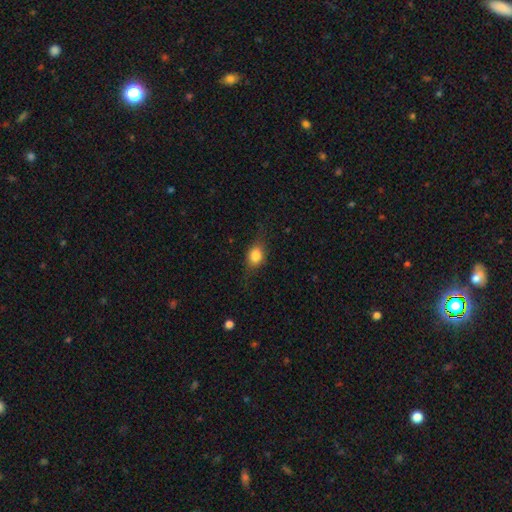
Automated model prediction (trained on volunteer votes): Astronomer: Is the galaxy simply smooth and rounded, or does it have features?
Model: smooth — 72%.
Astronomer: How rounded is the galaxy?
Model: in between — 52% (runner-up: round, 43%).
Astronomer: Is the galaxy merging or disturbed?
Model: none — 70%.